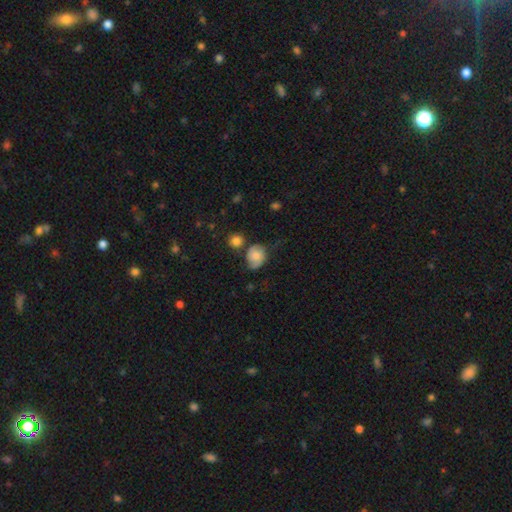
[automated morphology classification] smooth 52%, featured or disk 39%, star or artifact 9%. Down the decision tree: how rounded — round (57%); merging — none (53%).